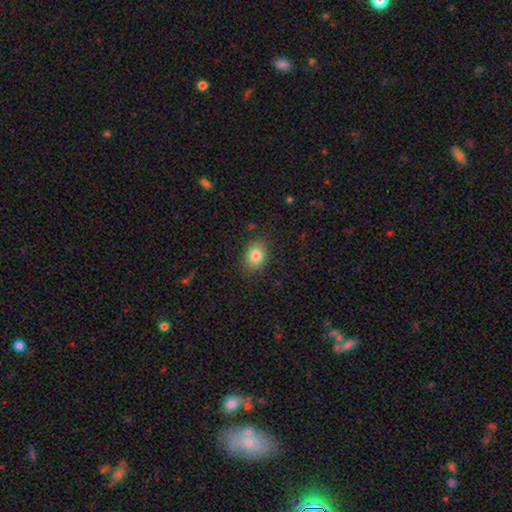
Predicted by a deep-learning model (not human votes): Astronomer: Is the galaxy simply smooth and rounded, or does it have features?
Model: smooth — 83%.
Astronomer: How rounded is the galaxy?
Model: in between — 60% (runner-up: round, 39%).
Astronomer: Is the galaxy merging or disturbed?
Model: none — 84%.